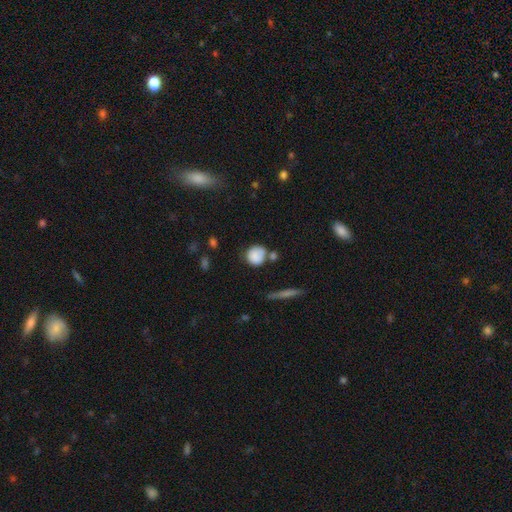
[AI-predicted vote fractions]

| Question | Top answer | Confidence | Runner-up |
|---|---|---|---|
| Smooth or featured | smooth | 82% | featured or disk (10%) |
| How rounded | round | 84% | in between (14%) |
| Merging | none | 59% | minor disturbance (20%) |